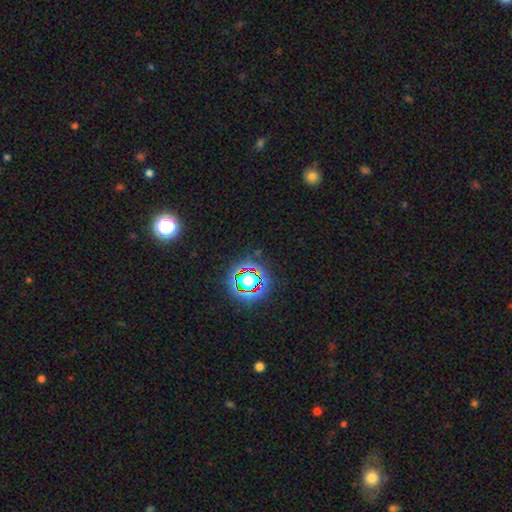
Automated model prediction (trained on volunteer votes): This appears to be a star or artifact, not a galaxy (76%).